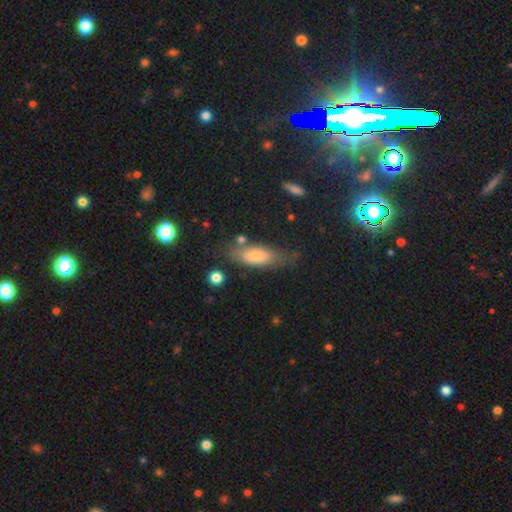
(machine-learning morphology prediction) A smooth galaxy with no disk features (71%) that is in between round and cigar-shaped (67%). Merging: none (68%).